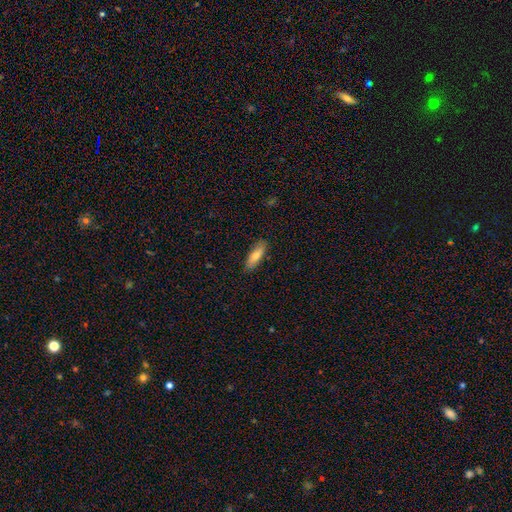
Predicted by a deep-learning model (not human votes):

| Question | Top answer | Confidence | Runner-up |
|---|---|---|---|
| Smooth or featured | smooth | 71% | featured or disk (22%) |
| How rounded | in between | 50% | cigar-shaped (48%) |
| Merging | none | 88% | minor disturbance (9%) |